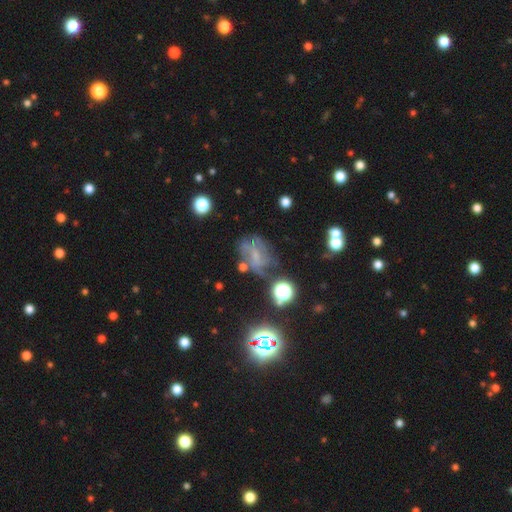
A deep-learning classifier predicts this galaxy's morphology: type=featured or disk (52%); edge-on=no (96%); merging=none (44%).